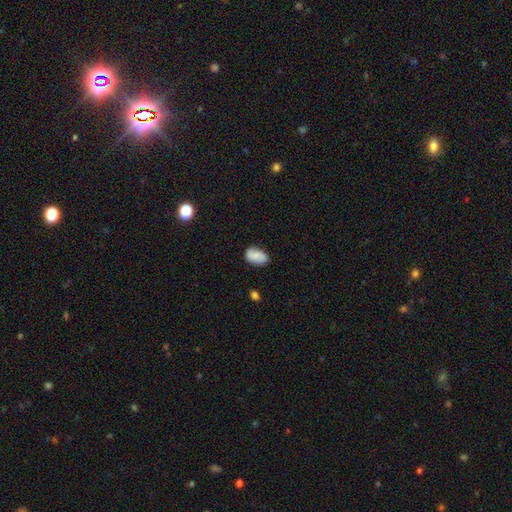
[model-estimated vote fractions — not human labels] Smooth or featured?
  - smooth: 72% *
  - featured or disk: 19%
  - star or artifact: 8%
How rounded?
  - in between: 90% *
  - round: 8%
  - cigar-shaped: 2%
Merging?
  - none: 76% *
  - minor disturbance: 18%
  - major disturbance: 4%
  - merger: 2%